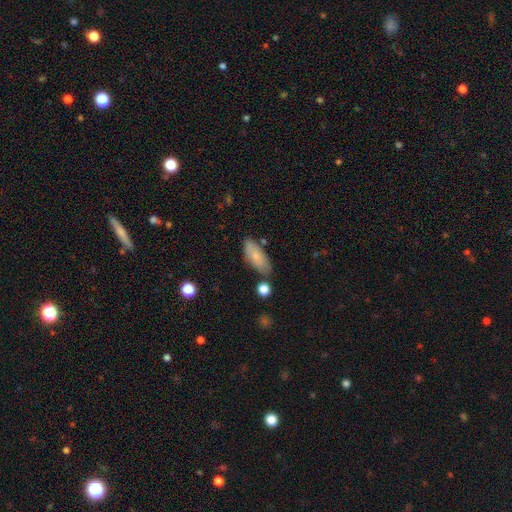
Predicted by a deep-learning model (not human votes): Q: Smooth or featured?
A: smooth (79%); runner-up: featured or disk (15%)
Q: How rounded?
A: in between (80%); runner-up: cigar-shaped (17%)
Q: Merging?
A: none (73%); runner-up: minor disturbance (17%)